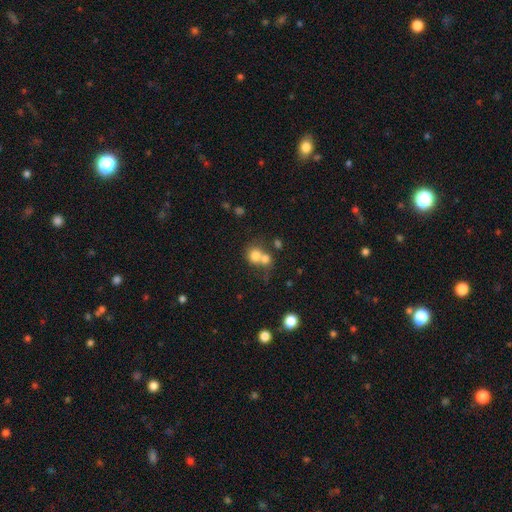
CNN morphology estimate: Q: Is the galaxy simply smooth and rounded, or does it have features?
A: smooth — 74%.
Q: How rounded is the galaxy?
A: round — 75%.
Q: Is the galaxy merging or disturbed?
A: merger — 59%.